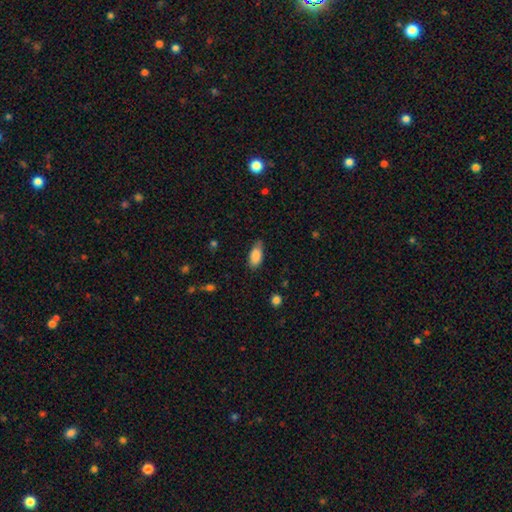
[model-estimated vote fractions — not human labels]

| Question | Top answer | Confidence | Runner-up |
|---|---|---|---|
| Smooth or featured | smooth | 87% | star or artifact (7%) |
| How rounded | in between | 89% | cigar-shaped (8%) |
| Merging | none | 72% | minor disturbance (23%) |